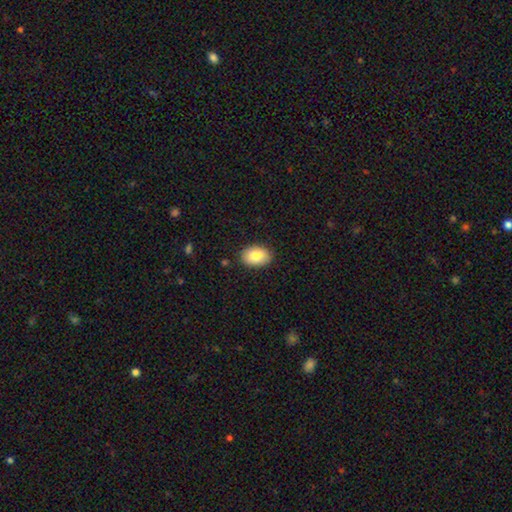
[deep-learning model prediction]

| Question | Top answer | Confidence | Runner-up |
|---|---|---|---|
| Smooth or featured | smooth | 84% | featured or disk (10%) |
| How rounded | in between | 86% | round (13%) |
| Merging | none | 87% | minor disturbance (10%) |